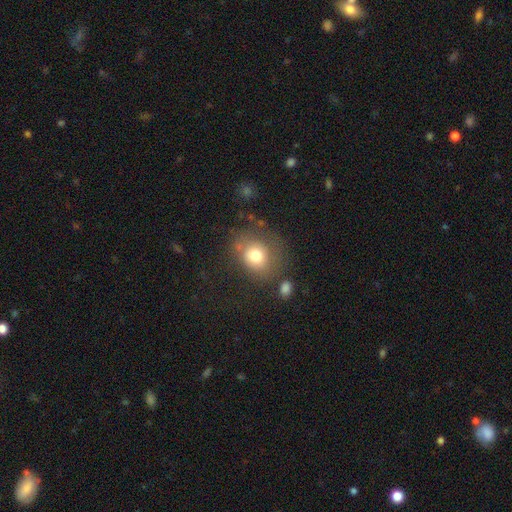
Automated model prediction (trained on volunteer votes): This appears to be a smooth galaxy with no disk features (74%) that is round (67%). Merging: none (60%).